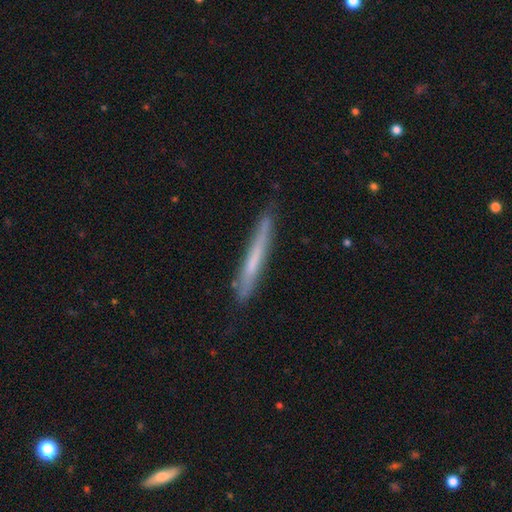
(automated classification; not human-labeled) This appears to be a smooth galaxy with no disk features (46%). Merging: none (81%).